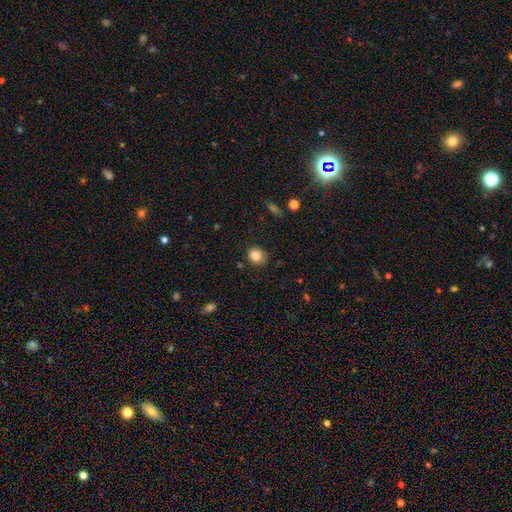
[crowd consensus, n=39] Smooth or featured? 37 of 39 (95%) said smooth. How rounded? 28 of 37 (76%) said round. Merging? 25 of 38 (66%) said none.